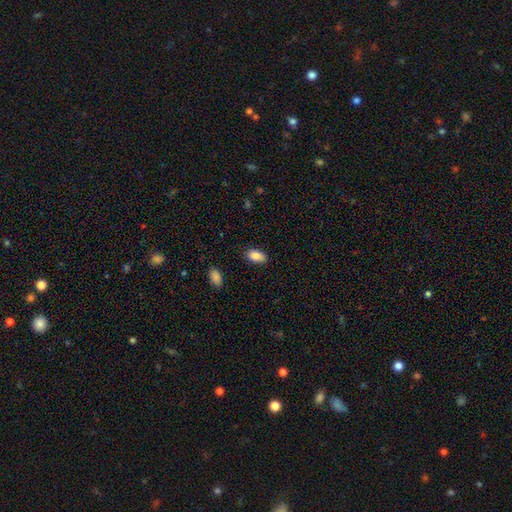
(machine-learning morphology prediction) Overall: smooth (87%). How rounded: in between (93%). Merging: none (85%).